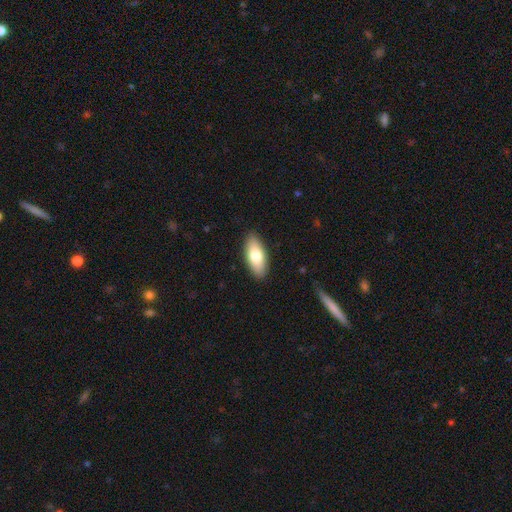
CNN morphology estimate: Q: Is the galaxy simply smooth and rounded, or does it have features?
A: smooth — 77%.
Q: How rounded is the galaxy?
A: in between — 84%.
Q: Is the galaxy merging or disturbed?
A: none — 89%.